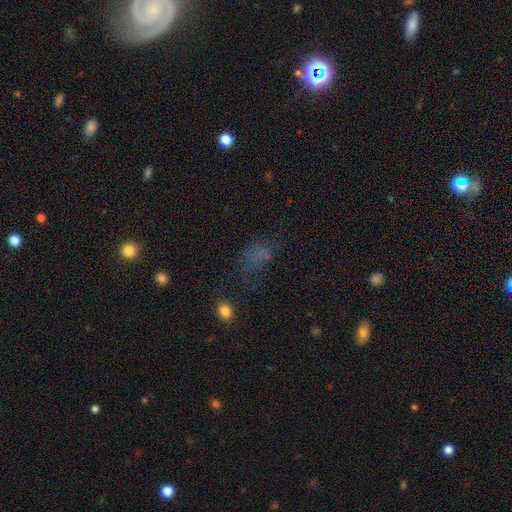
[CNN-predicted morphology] This is possibly a smooth galaxy (52%). How rounded: likely in between (75%). Merging: marginally none (41%).